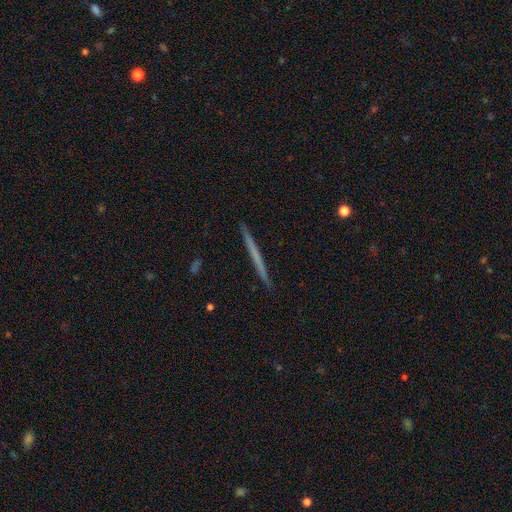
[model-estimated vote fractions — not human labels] featured or disk 48%, smooth 47%, star or artifact 6%. Down the decision tree: merging — none (93%).